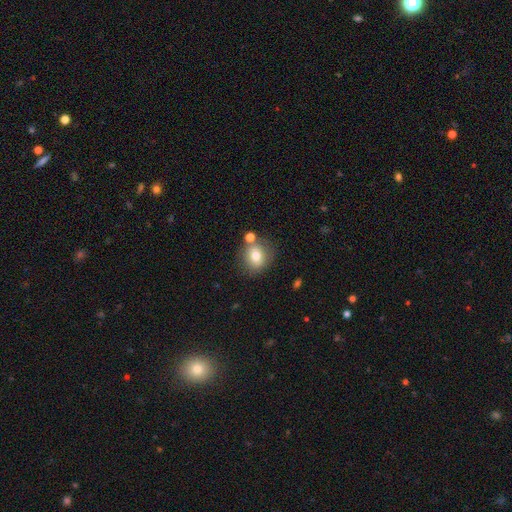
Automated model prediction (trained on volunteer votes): smooth 75%, featured or disk 15%, star or artifact 10%. Down the decision tree: how rounded — round (69%); merging — none (67%).